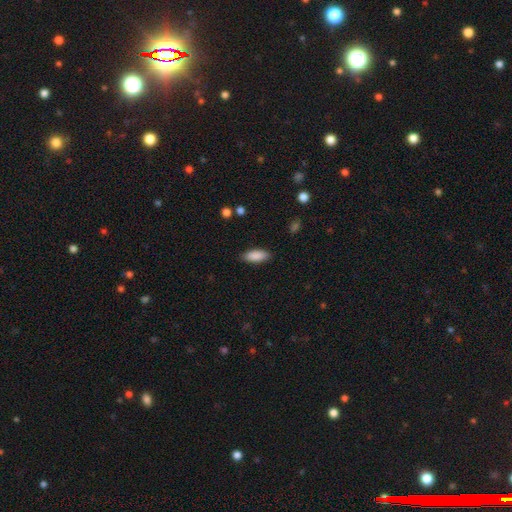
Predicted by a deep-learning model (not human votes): Smooth or featured? Predicted: smooth (p=0.88). How rounded? Predicted: in between (p=0.78). Merging? Predicted: none (p=0.87).